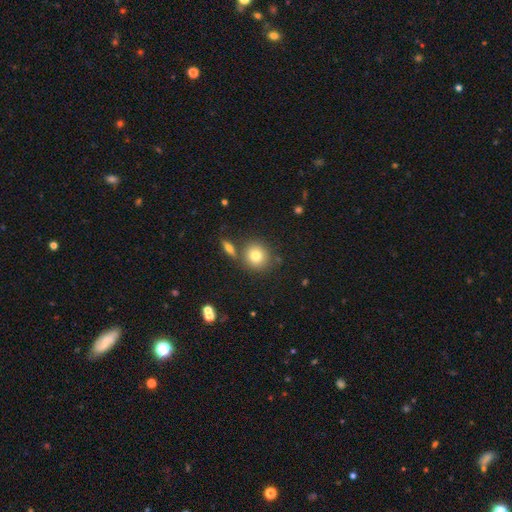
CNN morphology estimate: Smooth or featured? Predicted: smooth (p=0.77). How rounded? Predicted: round (p=0.85). Merging? Predicted: none (p=0.74).